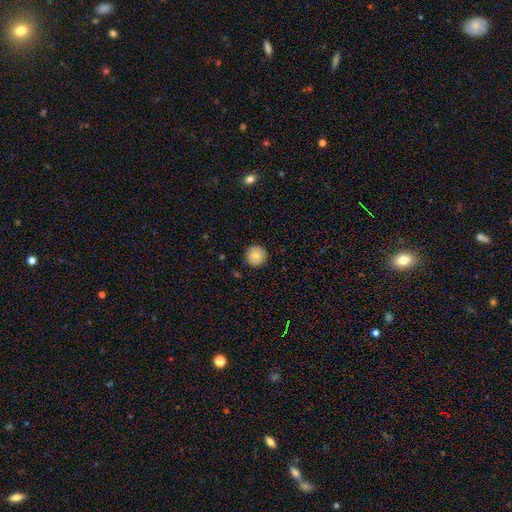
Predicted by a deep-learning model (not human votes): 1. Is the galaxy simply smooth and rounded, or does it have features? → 81% smooth, 11% featured or disk, 8% star or artifact.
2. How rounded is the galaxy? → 95% round, 4% in between, 1% cigar-shaped.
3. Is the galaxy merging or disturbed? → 90% none, 7% minor disturbance, 2% major disturbance, 1% merger.